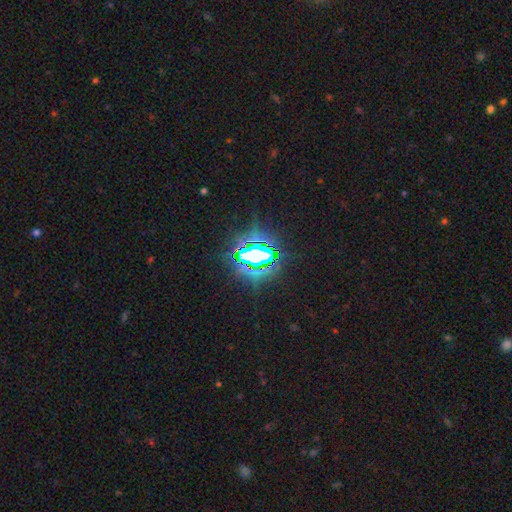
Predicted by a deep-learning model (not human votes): Morphology: type=star or artifact (81%).